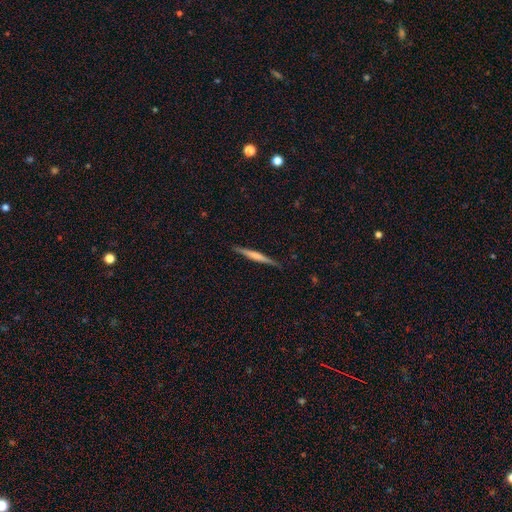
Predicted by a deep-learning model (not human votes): A featured or disk galaxy (52%) viewed edge-on (98%) with no central bulge (49%).

Vote fractions:
- Smooth or featured? featured or disk: 52% / smooth: 42% / star or artifact: 6%
- Edge-on disk? yes: 98% / no: 2%
- Edge-on bulge? none: 49% / rounded: 30% / boxy: 21%
- Merging? none: 89% / minor disturbance: 8% / major disturbance: 2% / merger: 1%